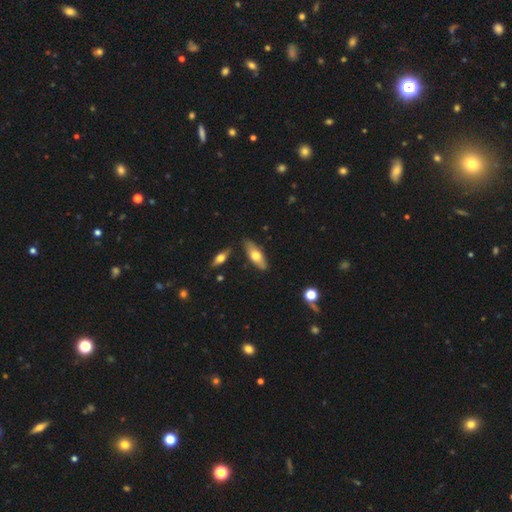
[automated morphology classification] Q: Smooth or featured?
A: smooth (58%); runner-up: featured or disk (36%)
Q: How rounded?
A: in between (65%); runner-up: cigar-shaped (32%)
Q: Merging?
A: none (80%); runner-up: minor disturbance (13%)